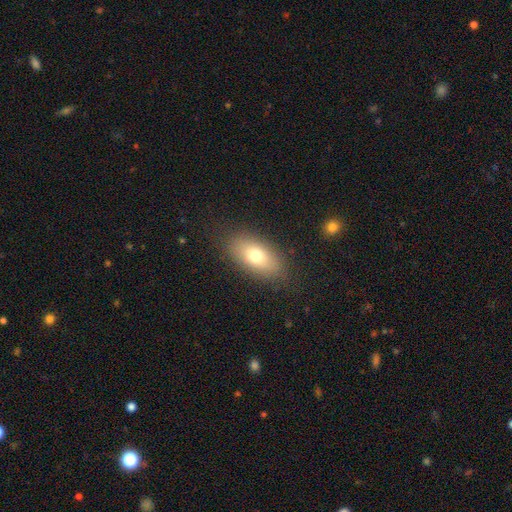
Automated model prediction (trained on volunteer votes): Smooth or featured?
  - smooth: 73% *
  - featured or disk: 18%
  - star or artifact: 8%
How rounded?
  - in between: 88% *
  - cigar-shaped: 6%
  - round: 6%
Merging?
  - none: 84% *
  - minor disturbance: 11%
  - major disturbance: 4%
  - merger: 1%